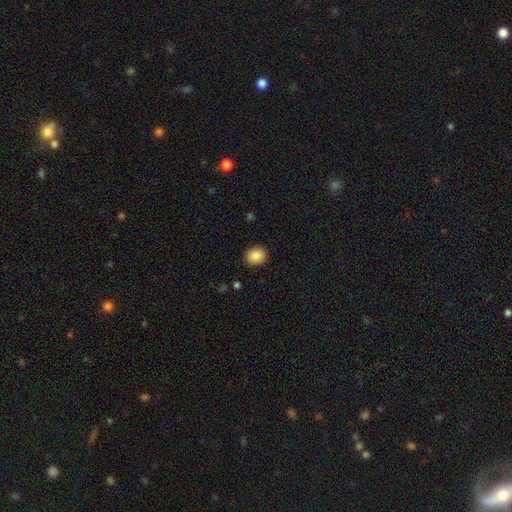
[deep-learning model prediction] Q: Smooth or featured?
A: smooth (87%); runner-up: star or artifact (8%)
Q: How rounded?
A: round (65%); runner-up: in between (34%)
Q: Merging?
A: none (89%); runner-up: minor disturbance (8%)